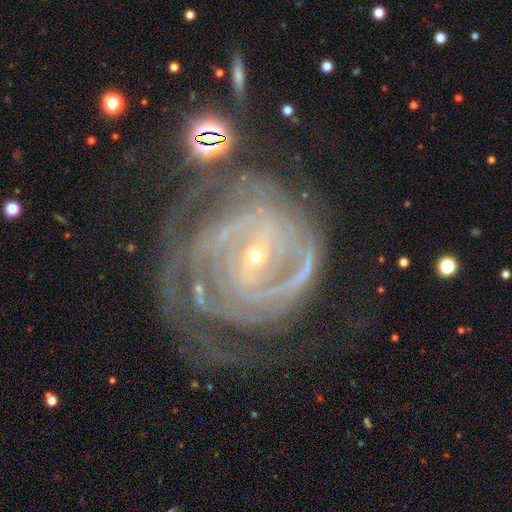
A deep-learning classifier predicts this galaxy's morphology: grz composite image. It shows a featured or disk galaxy (89%) with a weak bar (37%, tied with strong), 2 (25%) tight (69%) spiral arms (96%) and a small central bulge (84%). Merging: none (50%).